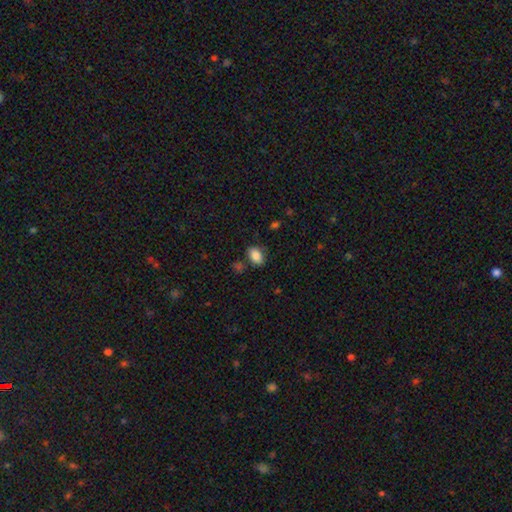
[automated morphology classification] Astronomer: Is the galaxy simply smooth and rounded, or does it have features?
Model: smooth — 86%.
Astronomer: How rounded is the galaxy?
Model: in between — 86%.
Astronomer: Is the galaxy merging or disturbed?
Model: none — 75%.